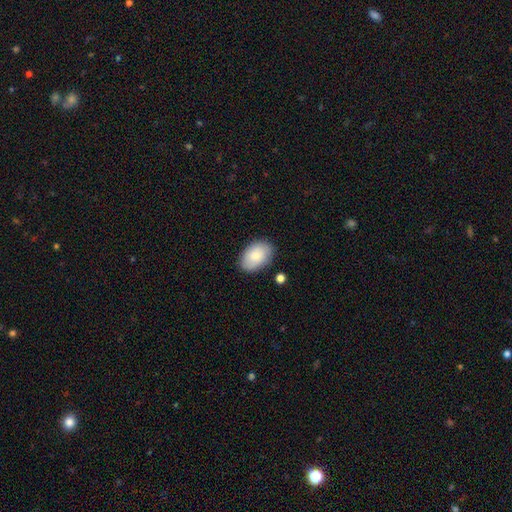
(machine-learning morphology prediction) Smooth or featured? Predicted: smooth (p=0.79). How rounded? Predicted: in between (p=0.87). Merging? Predicted: none (p=0.80).